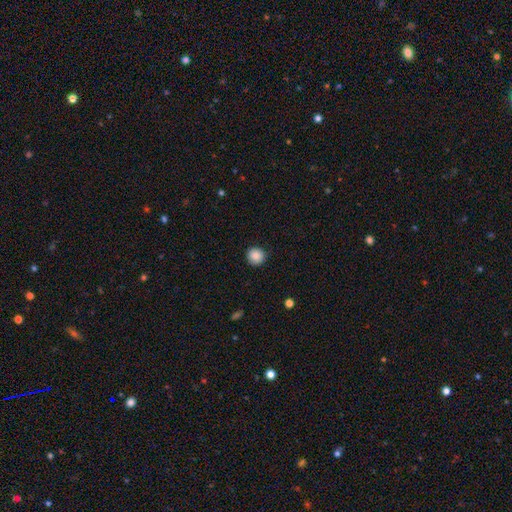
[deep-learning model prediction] This is clearly a smooth galaxy (88%). How rounded: clearly round (94%). Merging: clearly none (90%).